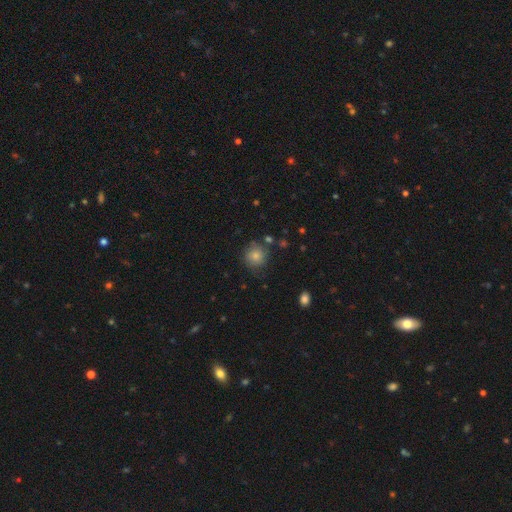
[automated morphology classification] A smooth galaxy with no disk features (78%) that is round (90%).

Vote fractions:
- Smooth or featured? smooth: 78% / featured or disk: 11% / star or artifact: 10%
- How rounded? round: 90% / in between: 9% / cigar-shaped: 1%
- Merging? none: 75% / minor disturbance: 17% / major disturbance: 5% / merger: 4%